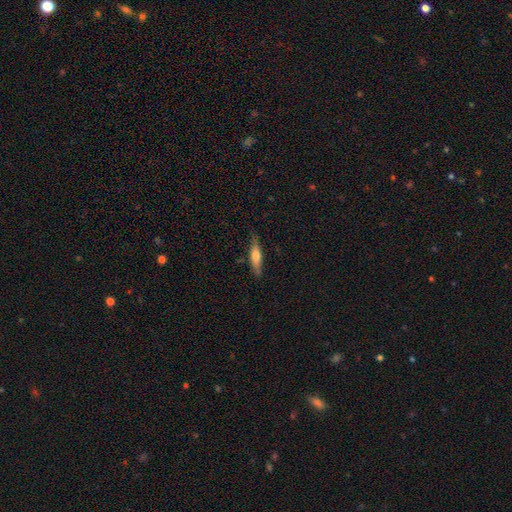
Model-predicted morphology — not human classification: Smooth or featured? Predicted: smooth (p=0.63). How rounded? Predicted: cigar-shaped (p=0.72). Merging? Predicted: none (p=0.77).